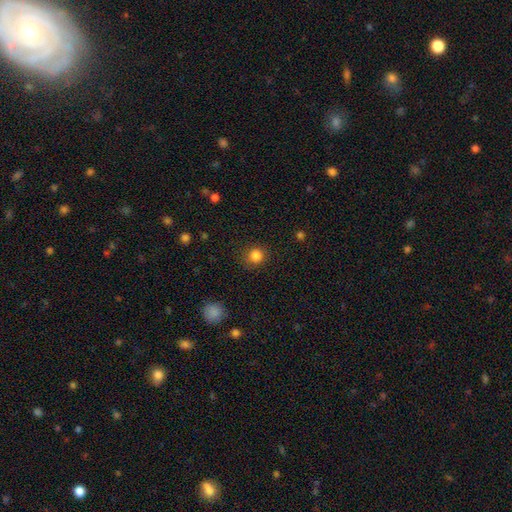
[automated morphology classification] smooth-or-featured: smooth: 84% | star or artifact: 12% | featured or disk: 4%
  how-rounded: round: 87% | in between: 12% | cigar-shaped: 1%
  merging: none: 85% | minor disturbance: 10% | major disturbance: 3% | merger: 1%